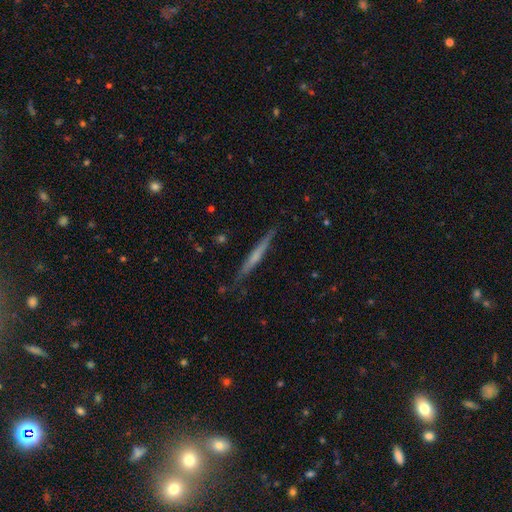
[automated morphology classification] Q: Smooth or featured?
A: featured or disk (53%); runner-up: smooth (41%)
Q: Edge-on disk?
A: yes (96%); runner-up: no (4%)
Q: Edge-on bulge?
A: none (67%); runner-up: rounded (23%)
Q: Merging?
A: none (83%); runner-up: minor disturbance (13%)